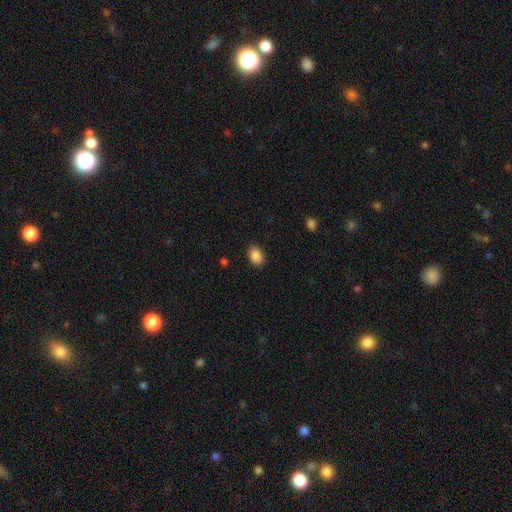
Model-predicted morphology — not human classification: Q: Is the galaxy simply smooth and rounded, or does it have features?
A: smooth — 89%.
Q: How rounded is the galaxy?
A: in between — 76%.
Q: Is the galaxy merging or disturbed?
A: none — 88%.